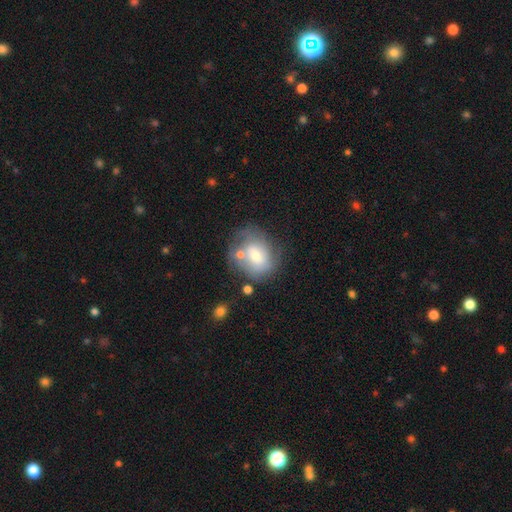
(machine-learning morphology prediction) This is possibly a smooth galaxy (49%). Merging: possibly none (47%).